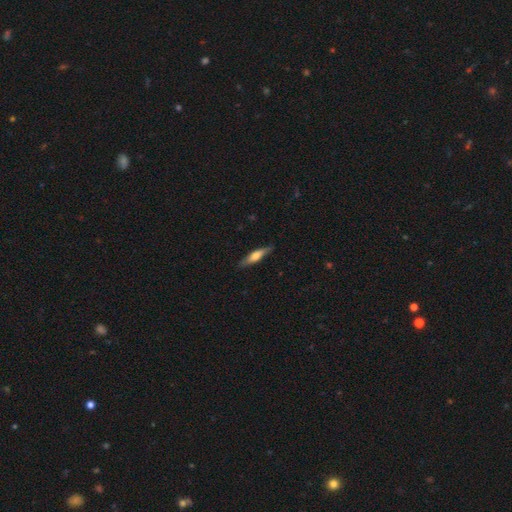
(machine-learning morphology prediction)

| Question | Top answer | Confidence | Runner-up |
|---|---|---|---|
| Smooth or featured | smooth | 51% | featured or disk (44%) |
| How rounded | cigar-shaped | 77% | in between (21%) |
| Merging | none | 86% | minor disturbance (11%) |